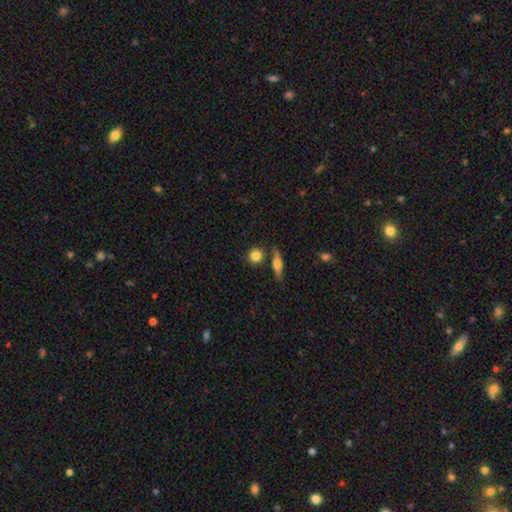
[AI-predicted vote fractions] Smooth or featured?
  - smooth: 82% *
  - featured or disk: 10%
  - star or artifact: 8%
How rounded?
  - round: 82% *
  - in between: 15%
  - cigar-shaped: 3%
Merging?
  - none: 73% *
  - merger: 12%
  - minor disturbance: 11%
  - major disturbance: 3%